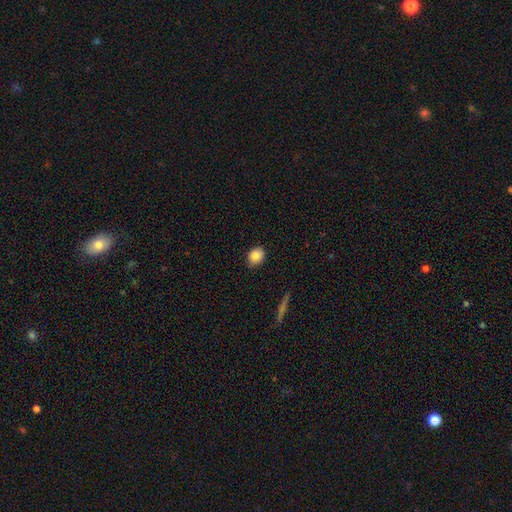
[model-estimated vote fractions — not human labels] A smooth galaxy with no disk features (87%) that is round (52%).

Vote fractions:
- Smooth or featured? smooth: 87% / star or artifact: 9% / featured or disk: 4%
- How rounded? round: 52% / in between: 46% / cigar-shaped: 1%
- Merging? none: 84% / minor disturbance: 12% / major disturbance: 2% / merger: 1%